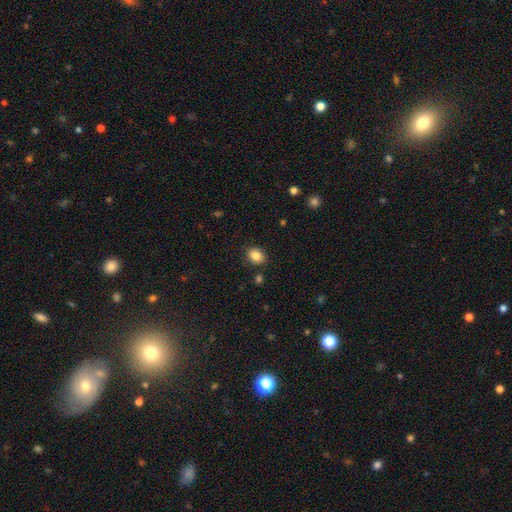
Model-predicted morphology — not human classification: smooth-or-featured: smooth: 85% | star or artifact: 10% | featured or disk: 6%
  how-rounded: in between: 58% | round: 41% | cigar-shaped: 1%
  merging: none: 86% | minor disturbance: 9% | major disturbance: 2% | merger: 2%